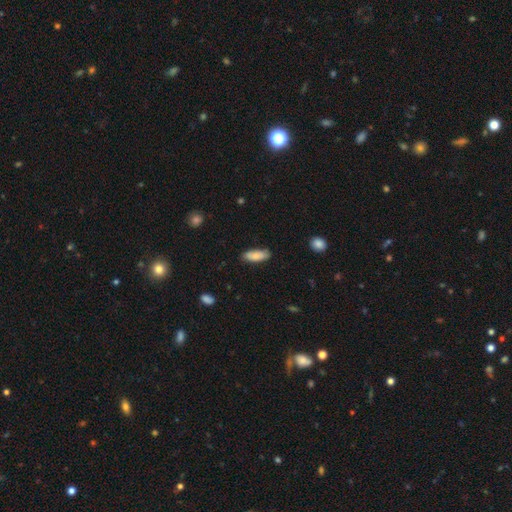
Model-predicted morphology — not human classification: Smooth or featured? smooth (84%)
How rounded? in between (66%)
Merging? none (83%)